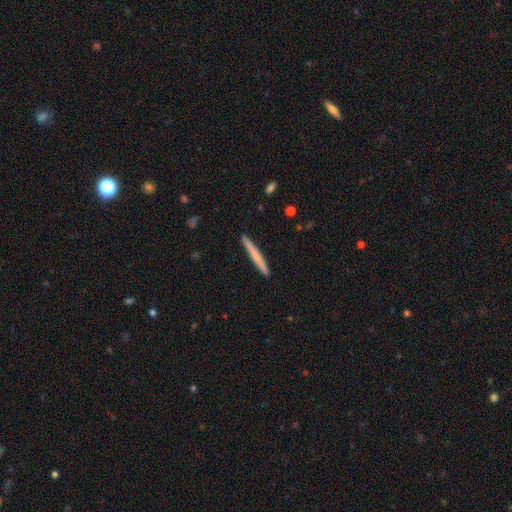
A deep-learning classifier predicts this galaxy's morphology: type=smooth (63%); roundness=cigar-shaped (97%); merging=none (92%).